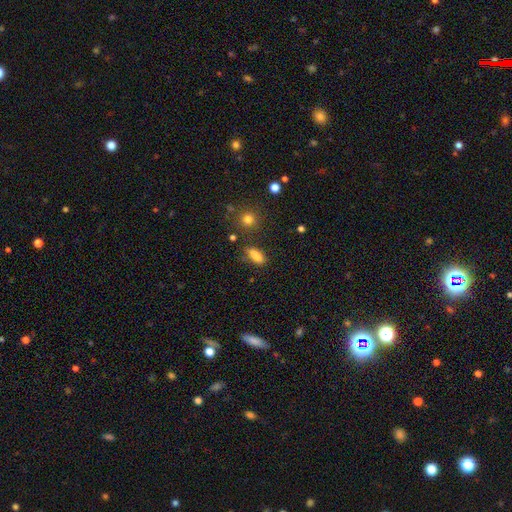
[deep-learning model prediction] This is clearly a smooth galaxy (83%). How rounded: likely in between (78%). Merging: likely none (76%).